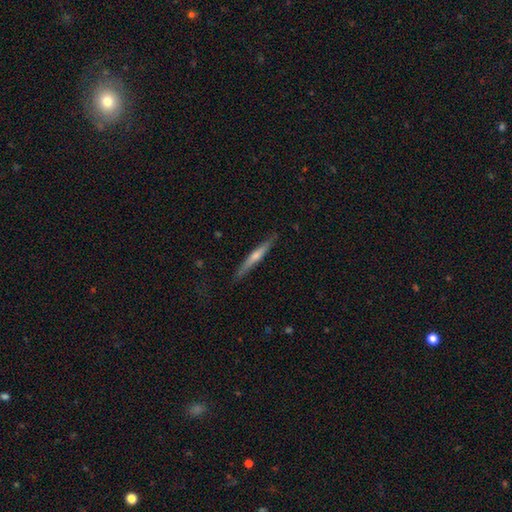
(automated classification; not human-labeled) Q: Smooth or featured?
A: featured or disk (61%); runner-up: smooth (33%)
Q: Edge-on disk?
A: yes (97%); runner-up: no (3%)
Q: Edge-on bulge?
A: rounded (66%); runner-up: none (26%)
Q: Merging?
A: none (86%); runner-up: minor disturbance (11%)